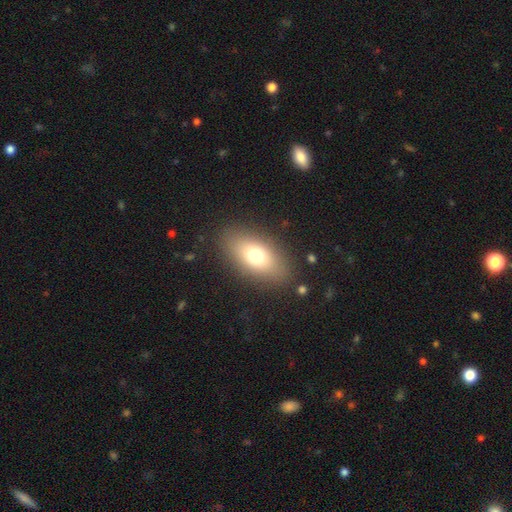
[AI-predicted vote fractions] This appears to be a smooth galaxy with no disk features (72%) that is in between round and cigar-shaped (87%). Merging: none (85%).